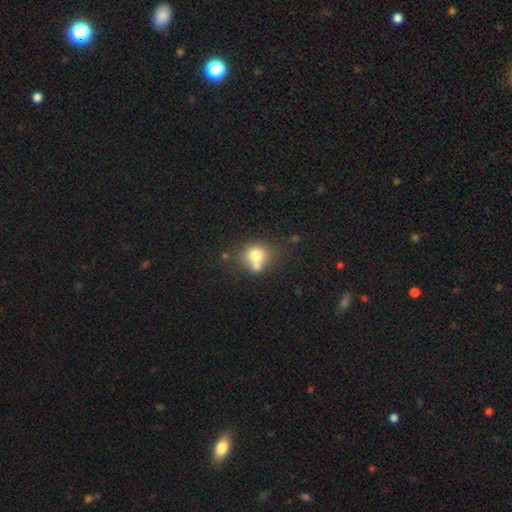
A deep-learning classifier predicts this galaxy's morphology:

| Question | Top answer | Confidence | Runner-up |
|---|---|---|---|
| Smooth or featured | smooth | 72% | featured or disk (17%) |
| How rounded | round | 75% | in between (24%) |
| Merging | none | 42% | tied: merger (42%) |